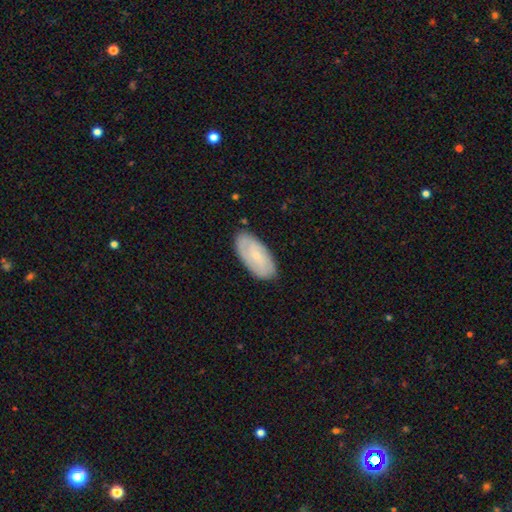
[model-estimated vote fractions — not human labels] smooth 50%, featured or disk 44%, star or artifact 6%. Down the decision tree: merging — none (83%).